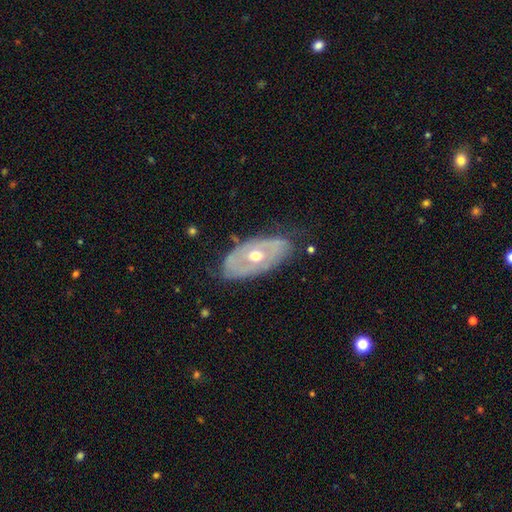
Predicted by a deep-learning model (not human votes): Overall: featured or disk (70%). Edge-on disk: no (87%). Bar: no (80%). Spiral arms: no (61%; yes 39%). Bulge size: moderate (72%). Merging: none (72%).